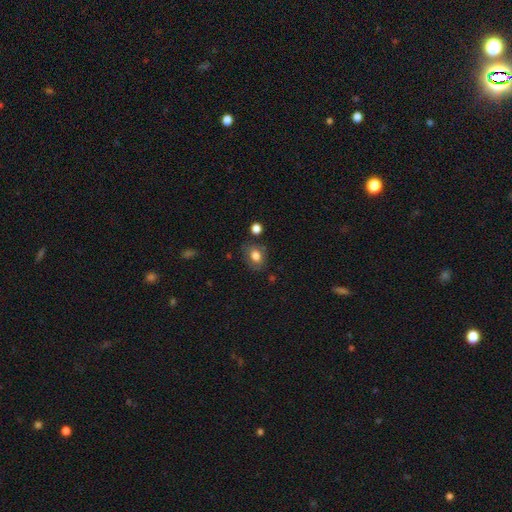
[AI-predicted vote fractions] The model was most divided on "how rounded": in between: 63%, round: 36%, cigar-shaped: 1%. More confident: smooth or featured — smooth (77%); merging — none (72%).